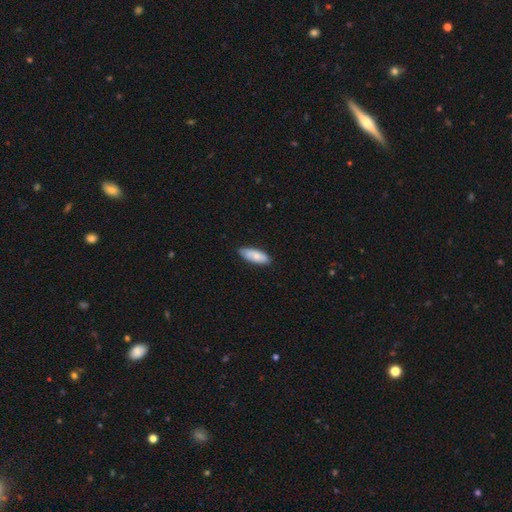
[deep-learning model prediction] Smooth or featured? smooth (77%)
How rounded? in between (76%)
Merging? none (81%)